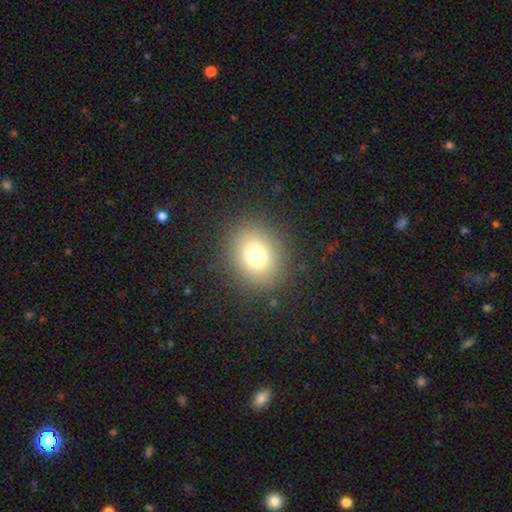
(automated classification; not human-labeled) Smooth or featured? smooth (72%)
How rounded? round (71%)
Merging? none (87%)